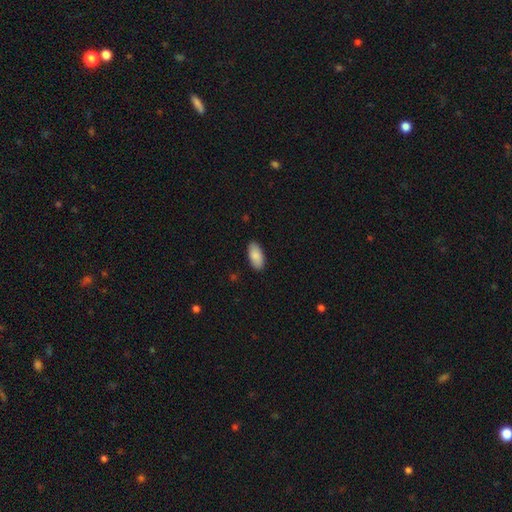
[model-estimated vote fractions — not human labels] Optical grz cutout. It shows a smooth galaxy with no disk features (88%) that is in between round and cigar-shaped (93%). Merging: none (88%).